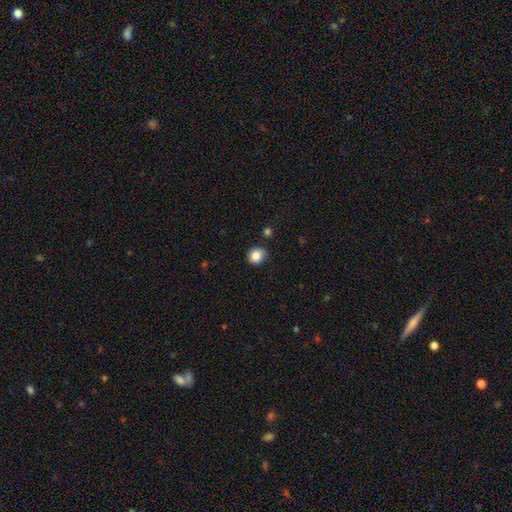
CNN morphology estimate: Smooth or featured? smooth (85%)
How rounded? round (85%)
Merging? none (78%)